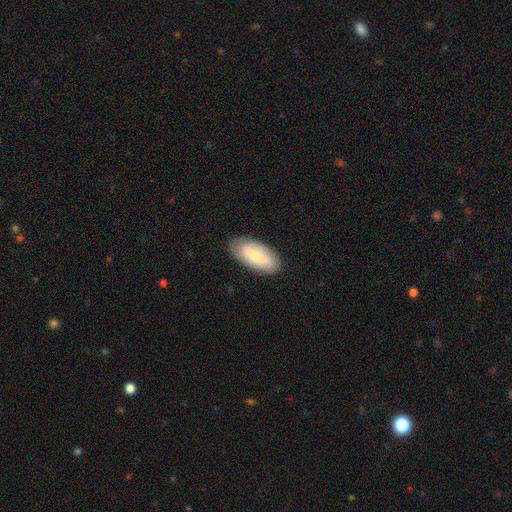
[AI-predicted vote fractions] Smooth or featured? Predicted: smooth (p=0.57). How rounded? Predicted: in between (p=0.92). Merging? Predicted: none (p=0.81).